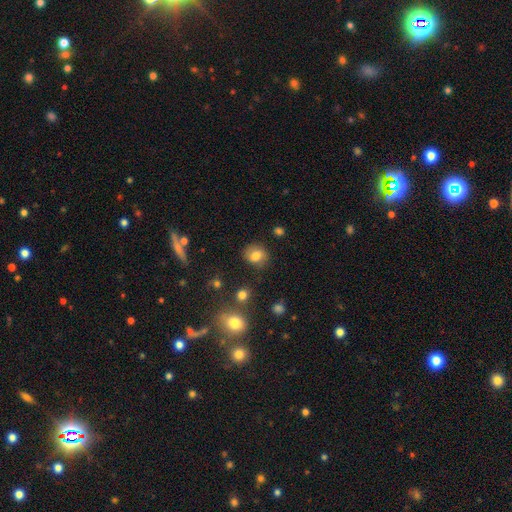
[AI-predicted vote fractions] This appears to be a smooth galaxy with no disk features (75%) that is round (64%). Merging: none (78%).